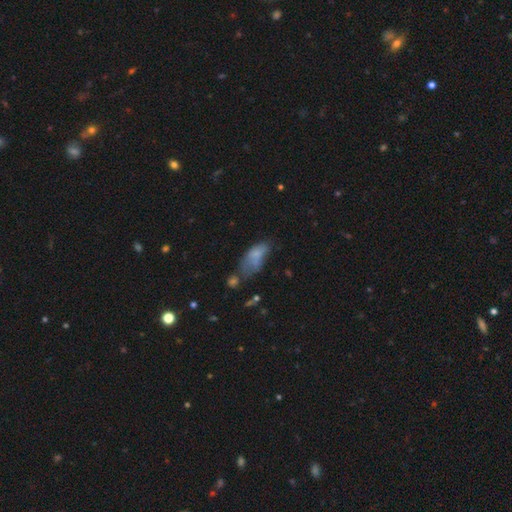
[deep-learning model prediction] This appears to be a smooth galaxy with no disk features (69%) that is in between round and cigar-shaped (86%). Merging: minor disturbance (29%).